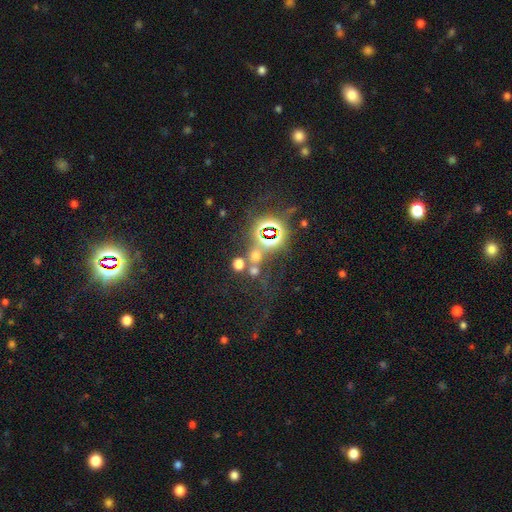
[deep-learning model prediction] Smooth or featured: star or artifact — 47% (smooth — 43%)